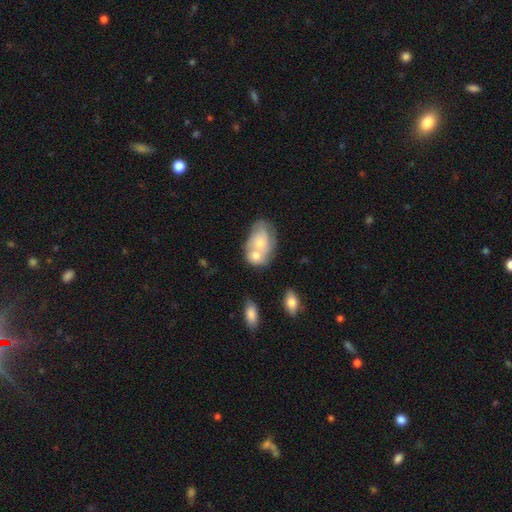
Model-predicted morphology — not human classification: smooth 63%, featured or disk 31%, star or artifact 7%. Down the decision tree: how rounded — in between (74%); merging — merger (65%).